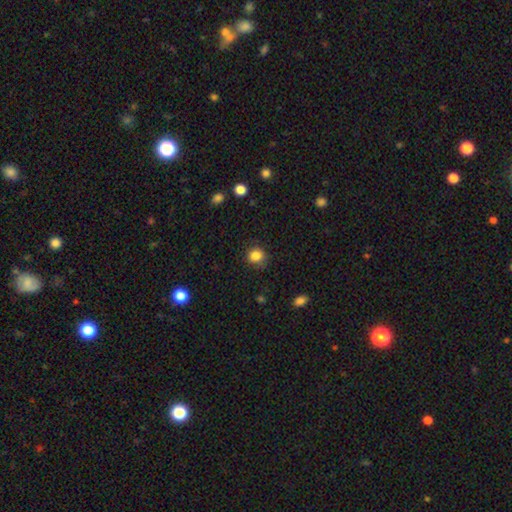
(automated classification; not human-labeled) smooth 84%, star or artifact 11%, featured or disk 5%. Down the decision tree: how rounded — round (80%); merging — none (80%).